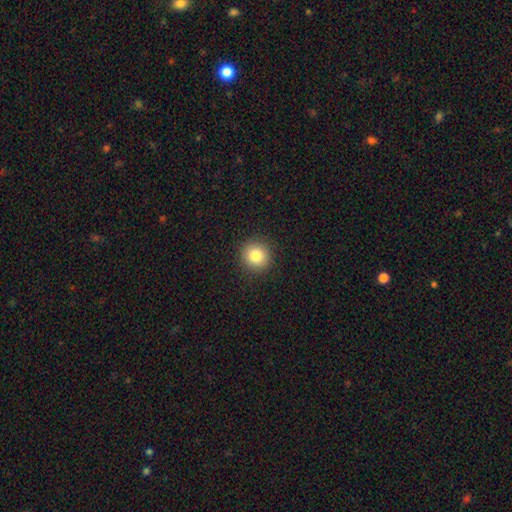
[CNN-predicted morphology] smooth_or_featured: smooth (p=0.83) [alt: star or artifact p=0.10]
how_rounded: round (p=0.91) [alt: in between p=0.08]
merging: none (p=0.92) [alt: minor disturbance p=0.05]